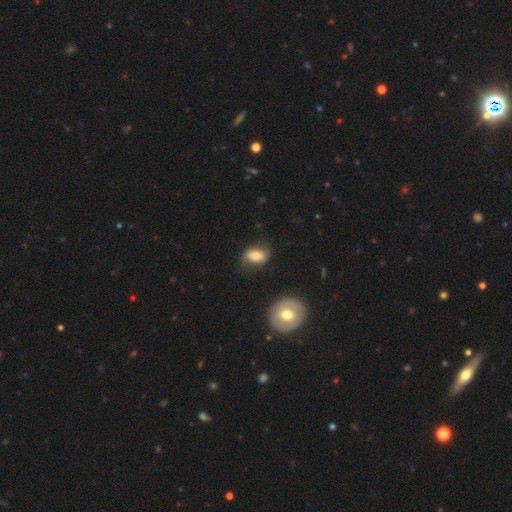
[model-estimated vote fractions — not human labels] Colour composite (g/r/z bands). It shows a smooth galaxy with no disk features (71%) that is in between round and cigar-shaped (79%). Merging: none (67%).